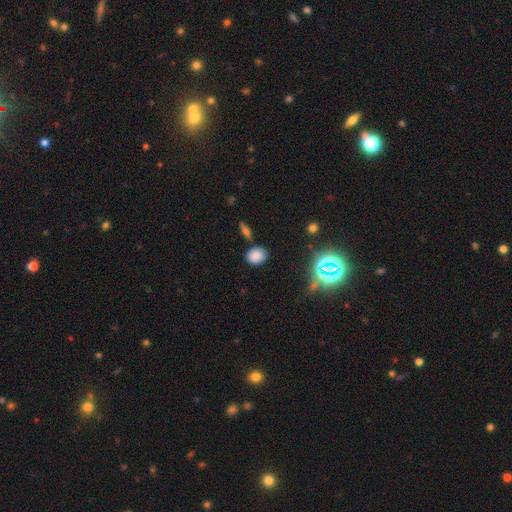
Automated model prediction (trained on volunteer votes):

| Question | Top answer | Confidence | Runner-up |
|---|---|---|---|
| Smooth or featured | smooth | 78% | star or artifact (15%) |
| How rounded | round | 51% | in between (48%) |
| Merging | none | 80% | minor disturbance (11%) |